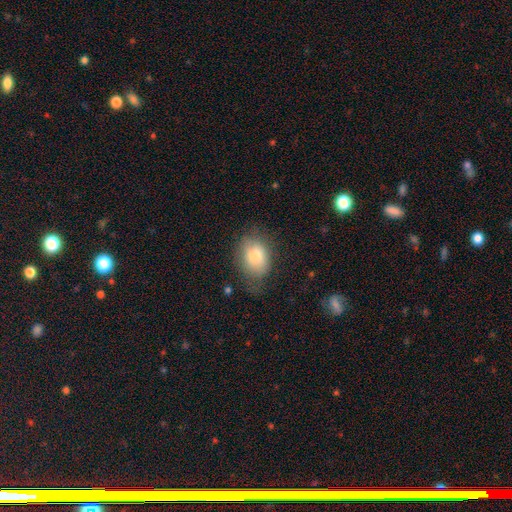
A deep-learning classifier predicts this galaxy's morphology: smooth 76%, featured or disk 15%, star or artifact 9%. Down the decision tree: how rounded — in between (69%); merging — none (59%).